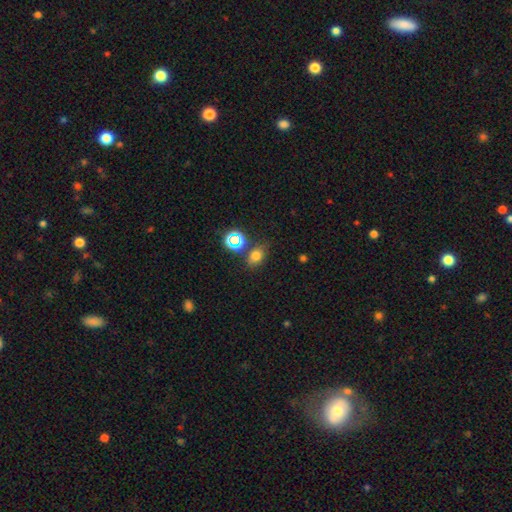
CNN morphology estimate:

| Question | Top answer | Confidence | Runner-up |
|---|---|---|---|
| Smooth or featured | smooth | 70% | star or artifact (21%) |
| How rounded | in between | 57% | round (42%) |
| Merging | none | 72% | minor disturbance (15%) |